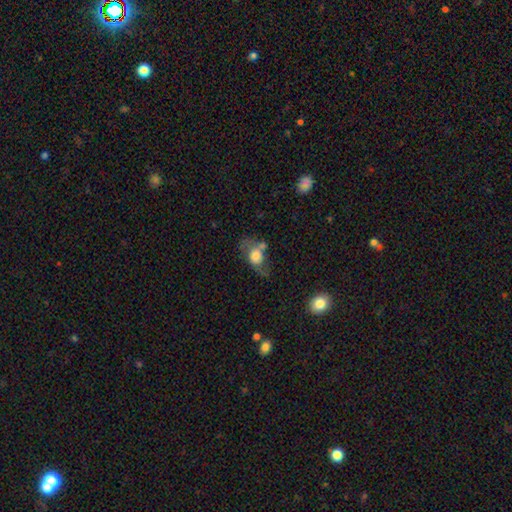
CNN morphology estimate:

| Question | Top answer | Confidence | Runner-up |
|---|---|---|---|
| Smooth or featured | smooth | 56% | featured or disk (35%) |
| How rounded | in between | 53% | round (44%) |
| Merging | none | 39% | minor disturbance (23%) |